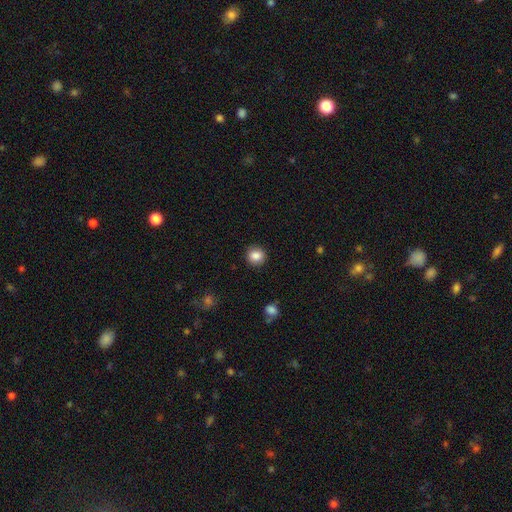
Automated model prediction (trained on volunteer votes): This is clearly a smooth galaxy (86%). How rounded: clearly round (89%). Merging: clearly none (90%).